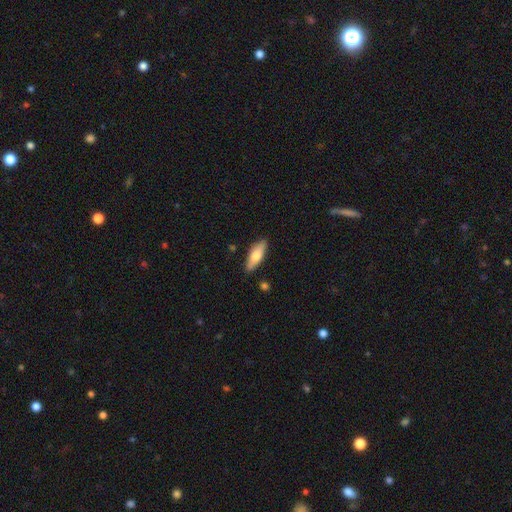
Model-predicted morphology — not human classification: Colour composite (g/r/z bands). It shows a smooth galaxy with no disk features (68%) that is in between round and cigar-shaped (62%). Merging: none (86%).